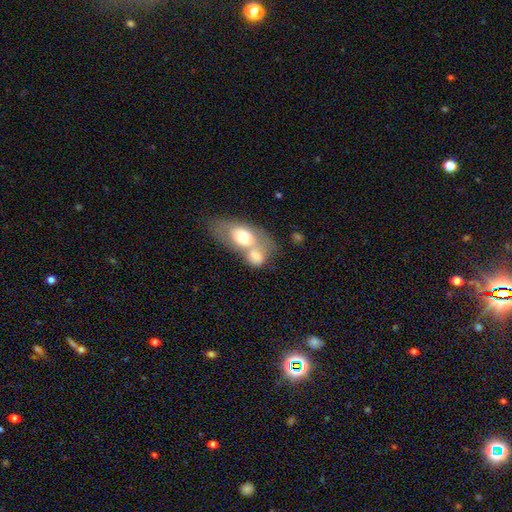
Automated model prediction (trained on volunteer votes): smooth 64%, featured or disk 30%, star or artifact 7%. Down the decision tree: how rounded — in between (80%); merging — merger (65%).